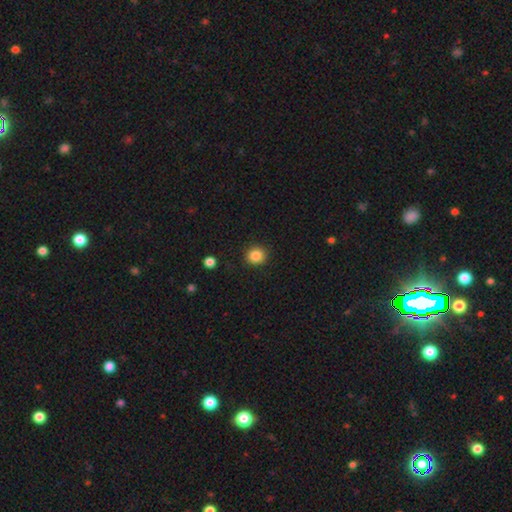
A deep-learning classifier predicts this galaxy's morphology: Overall: smooth (85%). How rounded: round (87%). Merging: none (90%).